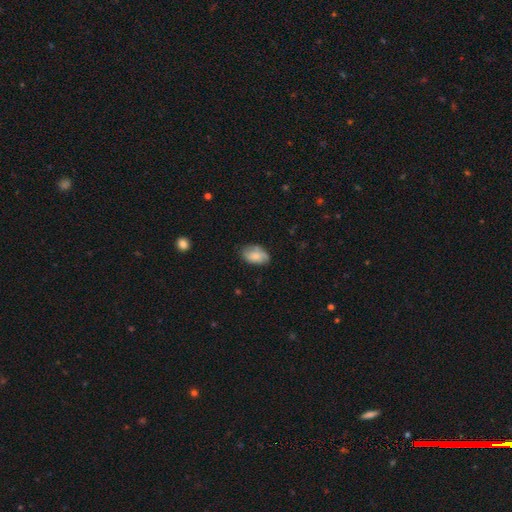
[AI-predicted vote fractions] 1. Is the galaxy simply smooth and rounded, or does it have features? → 74% smooth, 19% featured or disk, 7% star or artifact.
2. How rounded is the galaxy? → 91% in between, 8% round, 2% cigar-shaped.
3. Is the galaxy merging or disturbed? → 65% none, 28% minor disturbance, 6% major disturbance, 2% merger.